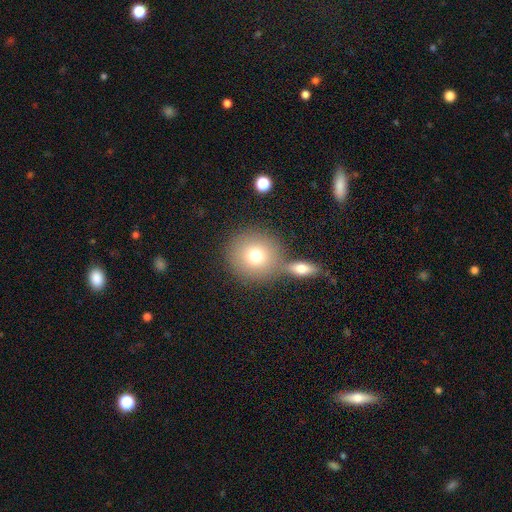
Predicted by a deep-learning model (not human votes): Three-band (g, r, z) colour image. It shows a smooth galaxy with no disk features (75%) that is round (90%). Merging: none (63%).